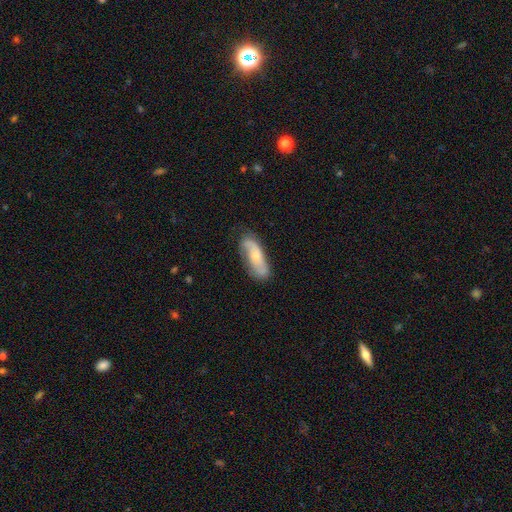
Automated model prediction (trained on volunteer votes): Smooth or featured: featured or disk — 58% (smooth — 36%)
Edge-on disk: no — 87% (yes — 13%)
Bar: no — 68% (weak — 25%)
Spiral arms: yes — 84% (no — 16%)
Bulge size: small — 55% (moderate — 38%)
Merging: none — 69% (minor disturbance — 23%)